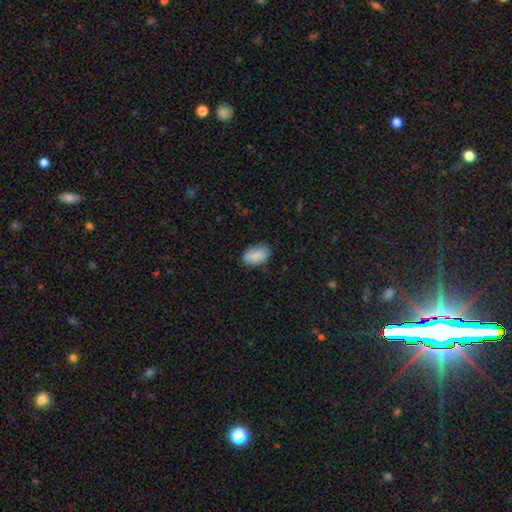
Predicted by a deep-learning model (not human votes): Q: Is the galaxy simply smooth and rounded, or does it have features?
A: smooth — 84%.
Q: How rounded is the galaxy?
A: in between — 91%.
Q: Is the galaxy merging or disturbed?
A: none — 73%.